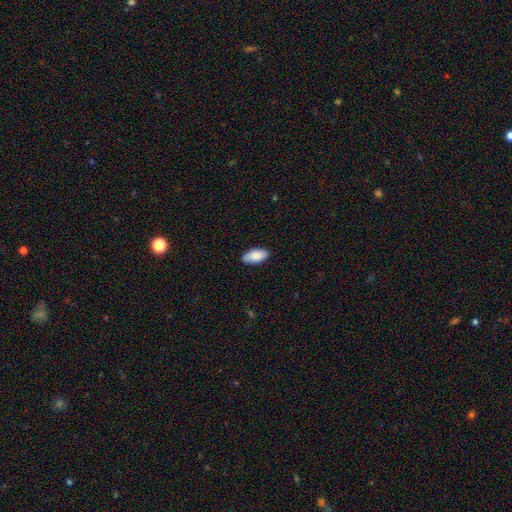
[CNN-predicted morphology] A smooth galaxy with no disk features (87%) that is in between round and cigar-shaped (92%).

Vote fractions:
- Smooth or featured? smooth: 87% / featured or disk: 7% / star or artifact: 6%
- How rounded? in between: 92% / cigar-shaped: 6% / round: 2%
- Merging? none: 87% / minor disturbance: 10% / major disturbance: 2% / merger: 1%